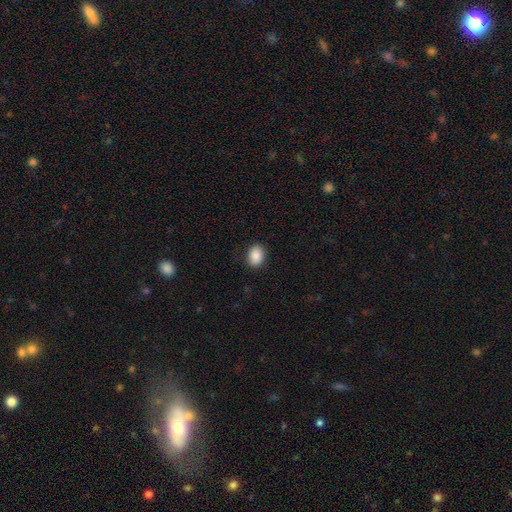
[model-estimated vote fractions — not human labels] smooth 88%, star or artifact 8%, featured or disk 4%. Down the decision tree: how rounded — in between (70%); merging — none (88%).